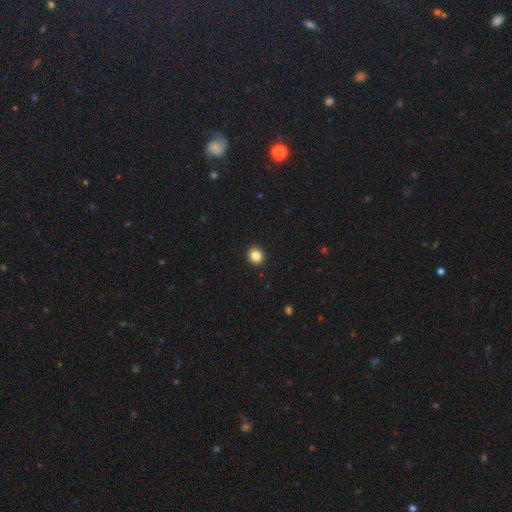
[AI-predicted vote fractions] Smooth or featured?
  - smooth: 85% *
  - star or artifact: 10%
  - featured or disk: 5%
How rounded?
  - round: 77% *
  - in between: 22%
  - cigar-shaped: 1%
Merging?
  - none: 93% *
  - minor disturbance: 4%
  - major disturbance: 1%
  - merger: 1%